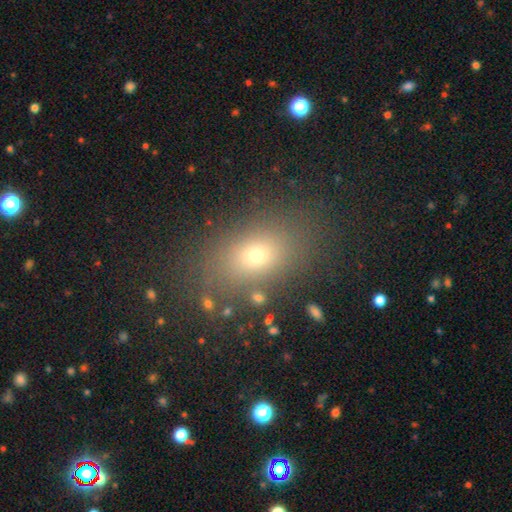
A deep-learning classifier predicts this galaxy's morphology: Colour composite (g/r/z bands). It shows a smooth galaxy with no disk features (71%) that is in between round and cigar-shaped (77%). Merging: none (79%).